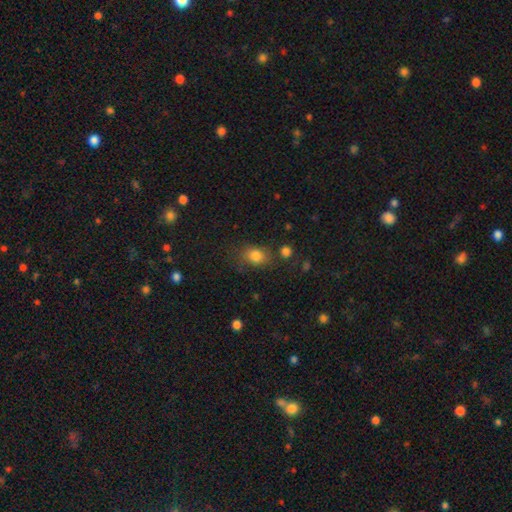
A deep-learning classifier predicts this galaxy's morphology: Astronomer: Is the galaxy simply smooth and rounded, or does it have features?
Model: smooth — 81%.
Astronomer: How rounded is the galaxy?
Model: in between — 60% (runner-up: round, 38%).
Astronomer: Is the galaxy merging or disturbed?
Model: none — 67%.